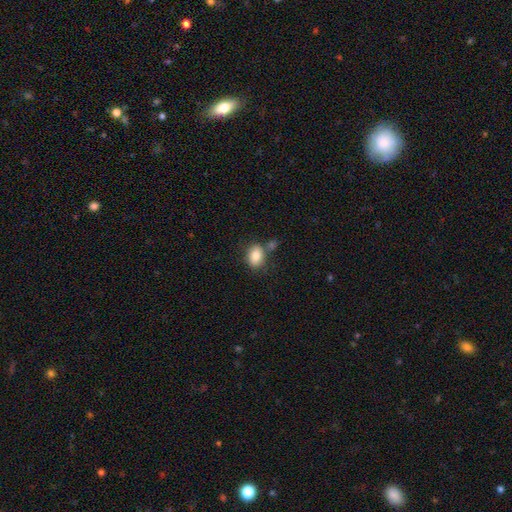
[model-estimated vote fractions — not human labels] A smooth galaxy with no disk features (84%) that is in between round and cigar-shaped (73%). Merging: none (64%).